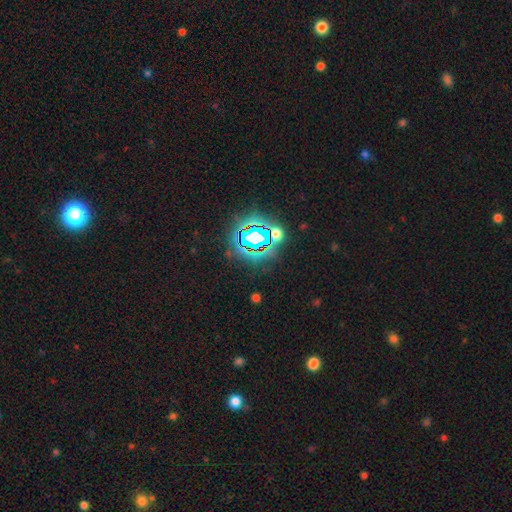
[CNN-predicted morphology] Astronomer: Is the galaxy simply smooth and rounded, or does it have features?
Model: star or artifact — 84%.